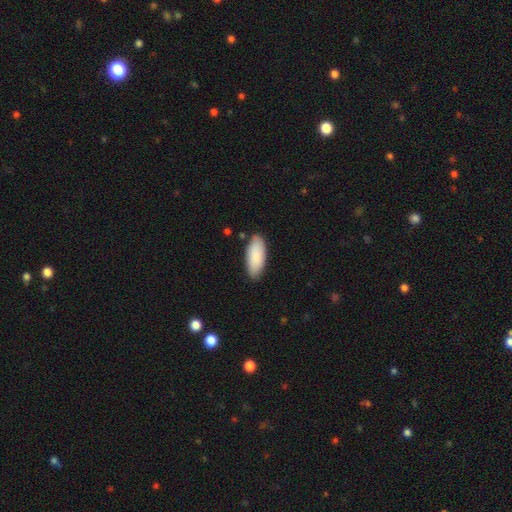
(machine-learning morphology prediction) Smooth or featured?
  - smooth: 88% *
  - featured or disk: 7%
  - star or artifact: 5%
How rounded?
  - in between: 81% *
  - cigar-shaped: 17%
  - round: 2%
Merging?
  - none: 84% *
  - minor disturbance: 12%
  - major disturbance: 2%
  - merger: 2%